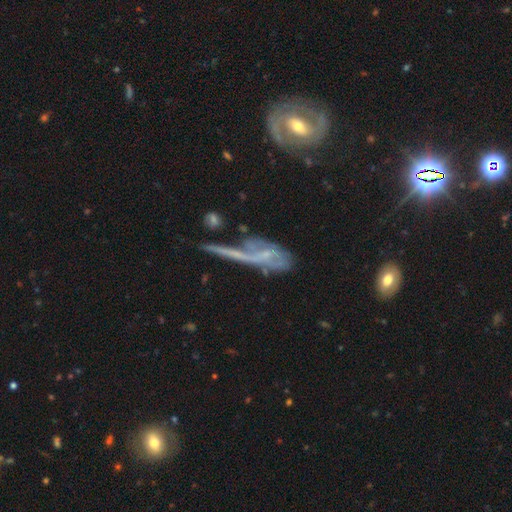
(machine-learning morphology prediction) Smooth or featured? Predicted: featured or disk (p=0.65). Edge-on disk? Predicted: no (p=0.73). Merging? Predicted: major disturbance (p=0.36).